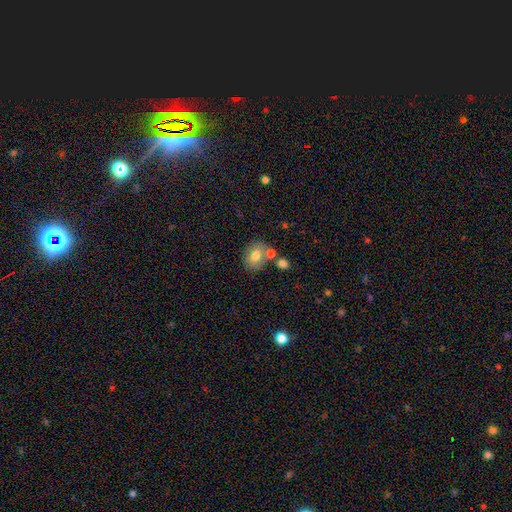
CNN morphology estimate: Smooth or featured: smooth — 74% (featured or disk — 17%)
How rounded: in between — 52% (round — 47%)
Merging: none — 63% (merger — 20%)